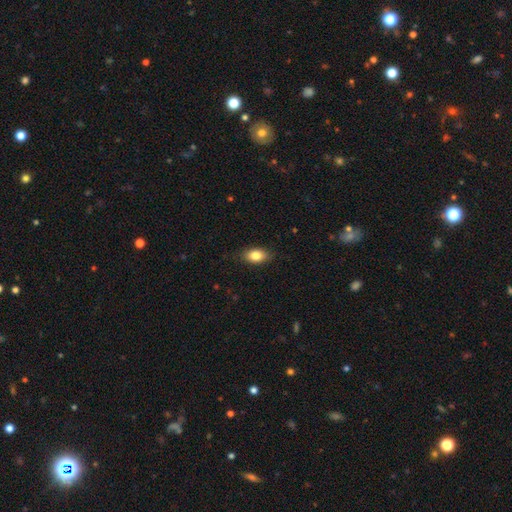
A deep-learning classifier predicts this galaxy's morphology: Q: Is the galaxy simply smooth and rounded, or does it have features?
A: smooth — 83%.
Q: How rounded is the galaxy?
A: in between — 88%.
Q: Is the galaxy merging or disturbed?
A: none — 85%.